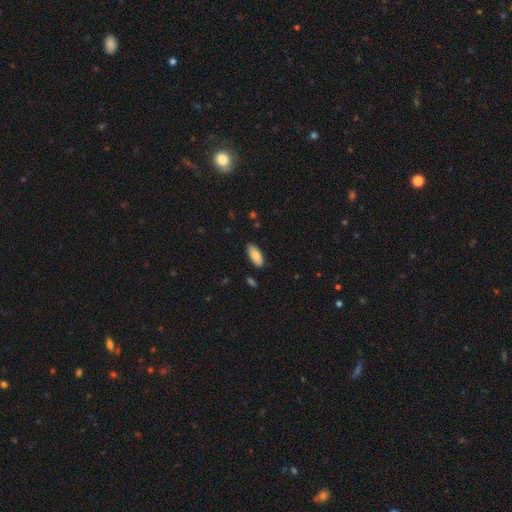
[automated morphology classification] smooth_or_featured: smooth (p=0.83) [alt: featured or disk p=0.11]
how_rounded: in between (p=0.88) [alt: cigar-shaped p=0.11]
merging: none (p=0.85) [alt: minor disturbance p=0.11]